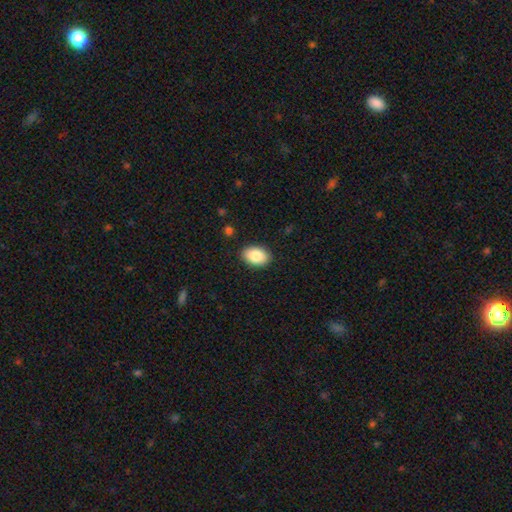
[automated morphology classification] smooth_or_featured: smooth (p=0.85) [alt: featured or disk p=0.08]
how_rounded: in between (p=0.87) [alt: round p=0.12]
merging: none (p=0.89) [alt: minor disturbance p=0.08]